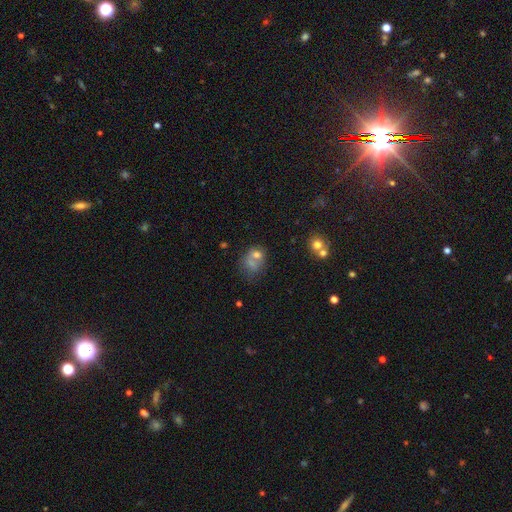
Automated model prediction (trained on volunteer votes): Q: Smooth or featured?
A: smooth (54%); runner-up: featured or disk (25%)
Q: How rounded?
A: round (55%); runner-up: in between (44%)
Q: Merging?
A: merger (45%); runner-up: none (34%)